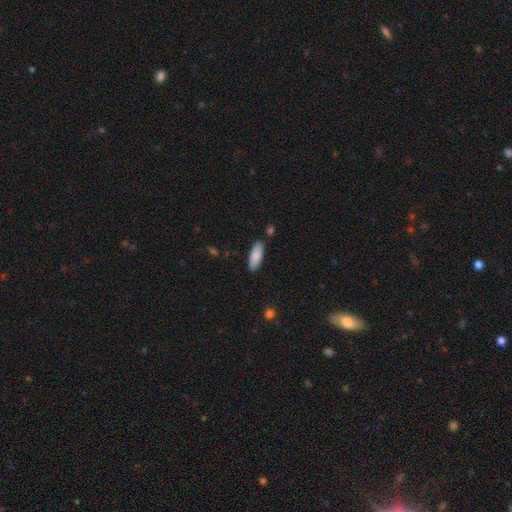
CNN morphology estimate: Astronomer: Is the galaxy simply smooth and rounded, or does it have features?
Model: smooth — 85%.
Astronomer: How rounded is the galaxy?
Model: in between — 70%.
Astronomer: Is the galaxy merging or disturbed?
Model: none — 86%.